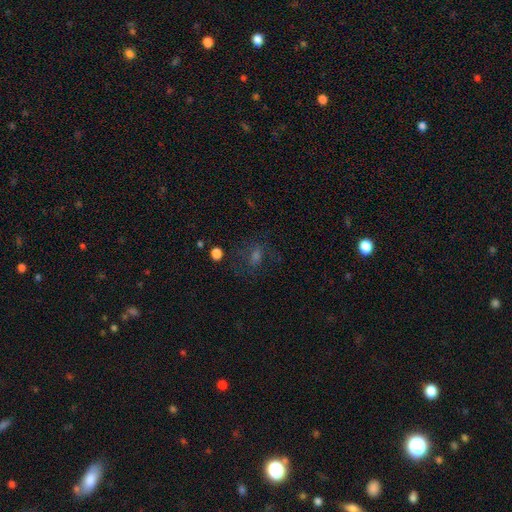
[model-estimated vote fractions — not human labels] Smooth or featured: smooth — 37% (star or artifact — 36%)
Merging: none — 68% (minor disturbance — 16%)